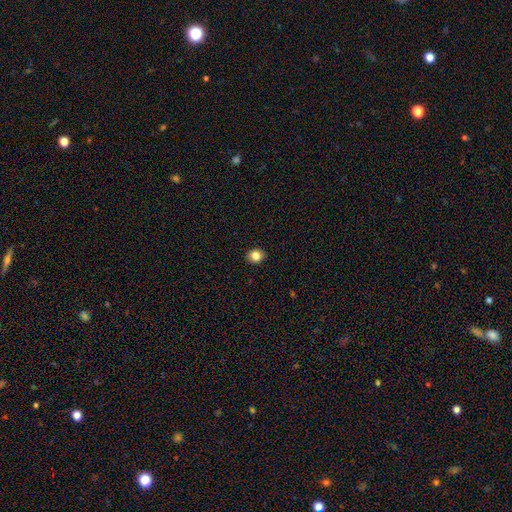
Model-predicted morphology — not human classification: A smooth galaxy with no disk features (84%) that is round (69%). Merging: none (91%).